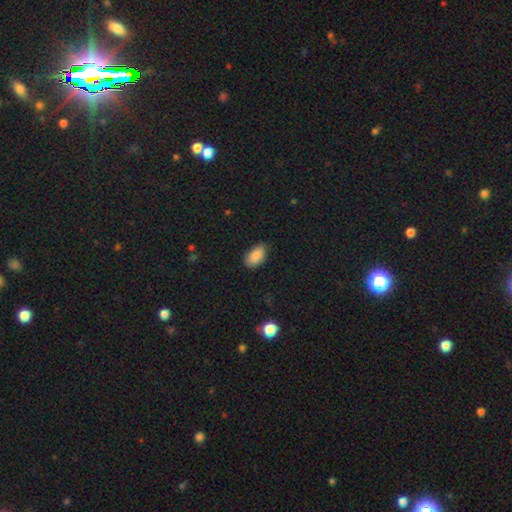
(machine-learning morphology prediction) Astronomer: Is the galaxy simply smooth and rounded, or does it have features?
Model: smooth — 87%.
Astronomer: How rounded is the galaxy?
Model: in between — 92%.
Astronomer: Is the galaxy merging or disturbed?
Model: none — 79%.